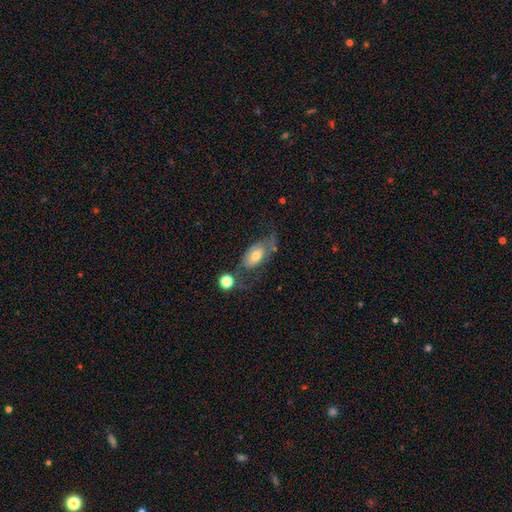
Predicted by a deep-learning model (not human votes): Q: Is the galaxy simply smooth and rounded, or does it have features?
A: smooth — 50%.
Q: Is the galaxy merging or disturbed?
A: none — 38%.